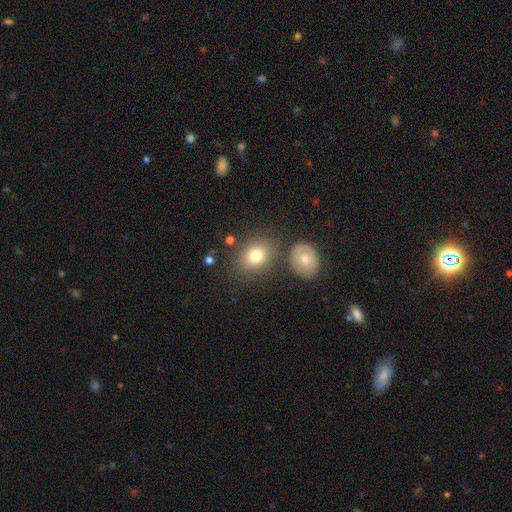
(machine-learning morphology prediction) smooth-or-featured: smooth: 78% | star or artifact: 11% | featured or disk: 11%
  how-rounded: in between: 55% | round: 44% | cigar-shaped: 1%
  merging: none: 72% | minor disturbance: 12% | merger: 11% | major disturbance: 4%